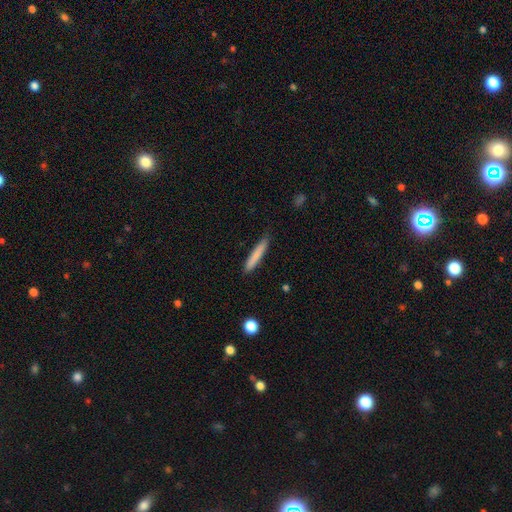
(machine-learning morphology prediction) Smooth or featured? smooth (80%)
How rounded? cigar-shaped (94%)
Merging? none (84%)